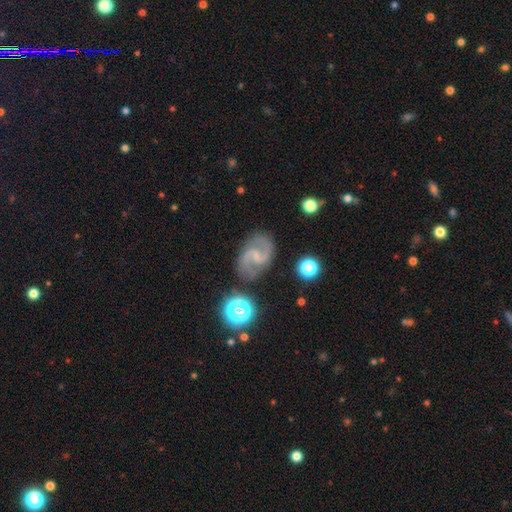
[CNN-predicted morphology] Smooth or featured: featured or disk — 88% (smooth — 6%)
Edge-on disk: no — 98% (yes — 2%)
Bar: weak — 53% (no — 32%)
Spiral arms: yes — 97% (no — 3%)
Spiral winding: medium — 58% (loose — 27%)
Spiral arm count: 2 — 93% (can't tell — 3%)
Bulge size: small — 65% (none — 20%)
Merging: none — 81% (minor disturbance — 13%)